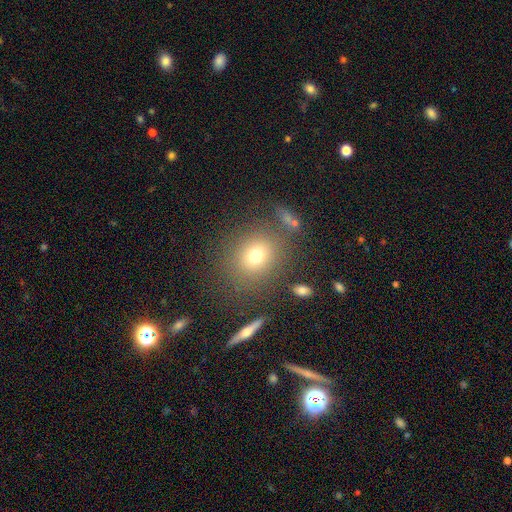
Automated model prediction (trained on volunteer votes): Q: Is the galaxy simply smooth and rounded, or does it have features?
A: smooth — 71%.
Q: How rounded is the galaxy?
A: round — 75%.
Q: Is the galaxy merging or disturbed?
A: none — 78%.